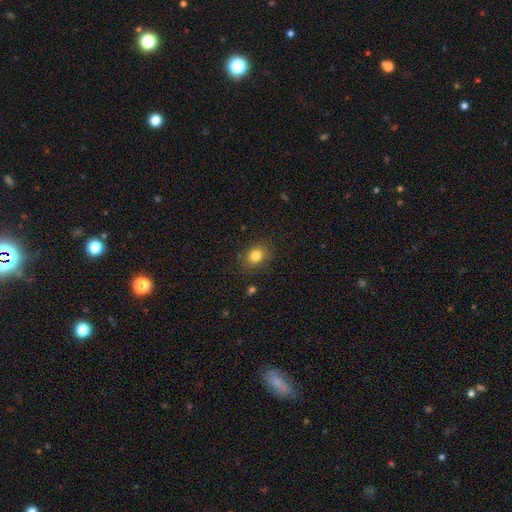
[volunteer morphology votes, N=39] smooth-or-featured: smooth: 77% | star or artifact: 13% | featured or disk: 10%
  how-rounded: in between: 53% | round: 47% | cigar-shaped: 0%
  merging: none: 82% | minor disturbance: 9% | merger: 6% | major disturbance: 3%